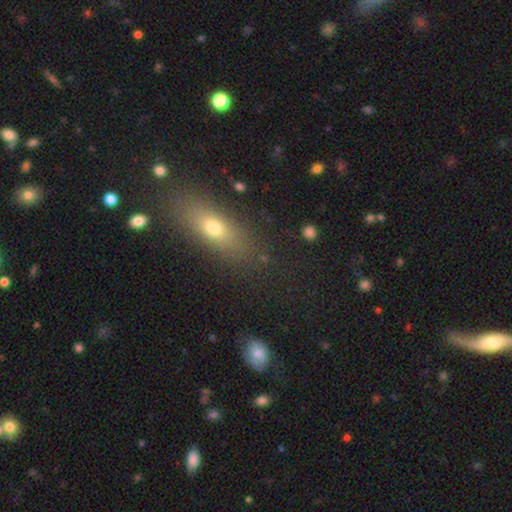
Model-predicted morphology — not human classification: The model was most divided on "how rounded": in between: 57%, cigar-shaped: 36%, round: 8%. More confident: merging — none (82%); smooth or featured — smooth (63%).